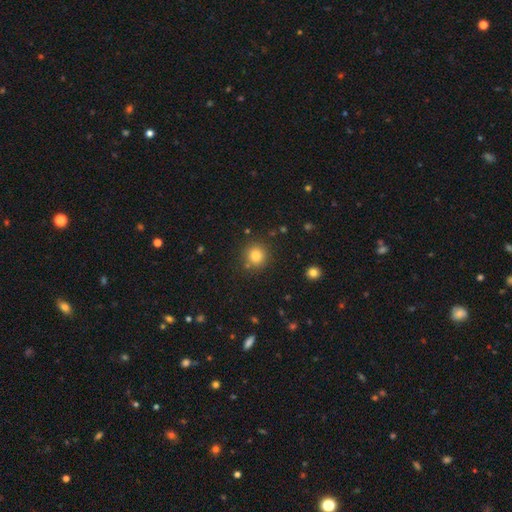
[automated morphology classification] smooth_or_featured: smooth (p=0.82) [alt: star or artifact p=0.12]
how_rounded: round (p=0.92) [alt: in between p=0.07]
merging: none (p=0.84) [alt: minor disturbance p=0.08]